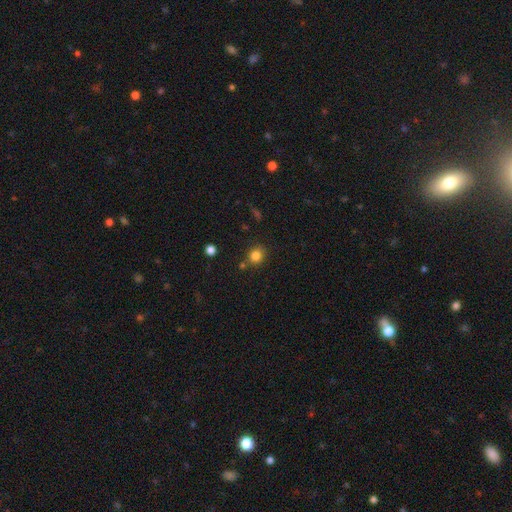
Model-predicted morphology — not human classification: smooth_or_featured: smooth (p=0.82) [alt: star or artifact p=0.12]
how_rounded: round (p=0.85) [alt: in between p=0.14]
merging: none (p=0.80) [alt: minor disturbance p=0.10]